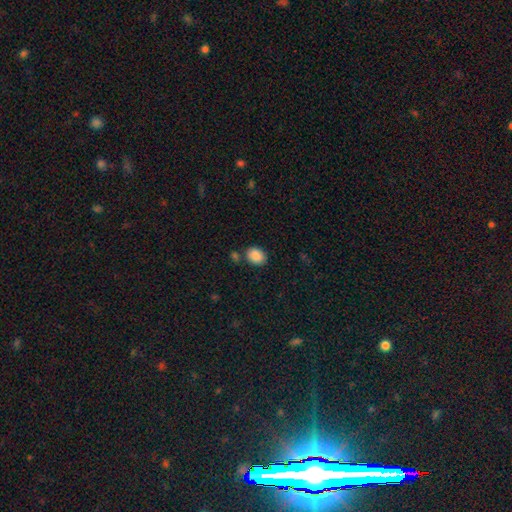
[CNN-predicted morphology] This is clearly a smooth galaxy (88%). How rounded: possibly in between (52%). Merging: likely none (76%).